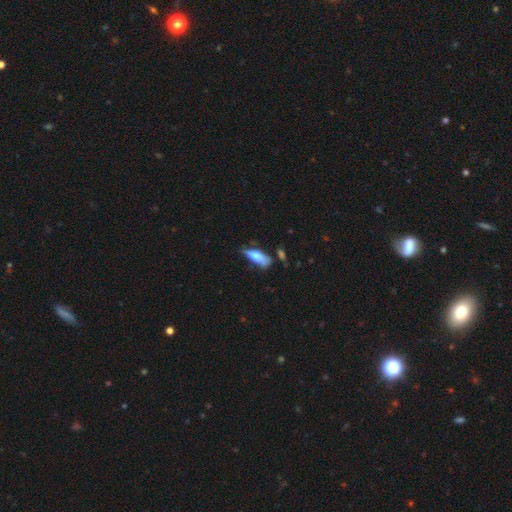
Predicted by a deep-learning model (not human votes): smooth 59%, featured or disk 33%, star or artifact 7%. Down the decision tree: how rounded — in between (60%); merging — none (34%).